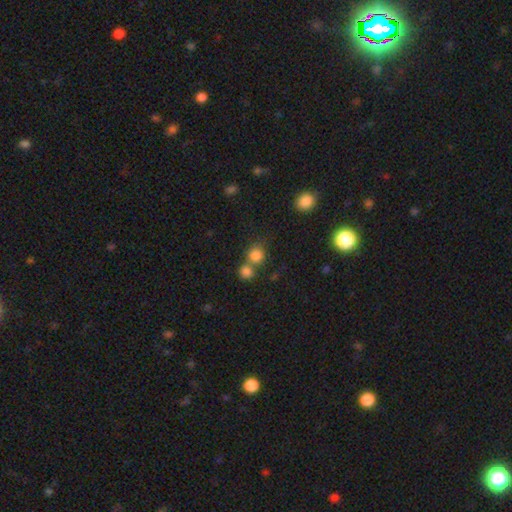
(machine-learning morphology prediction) This appears to be a smooth galaxy with no disk features (82%) that is round (86%). Merging: none (49%).